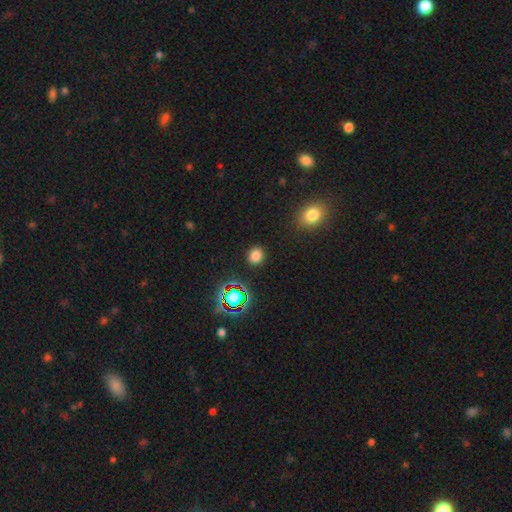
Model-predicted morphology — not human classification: This appears to be a smooth galaxy with no disk features (76%) that is round (74%). Merging: none (89%).